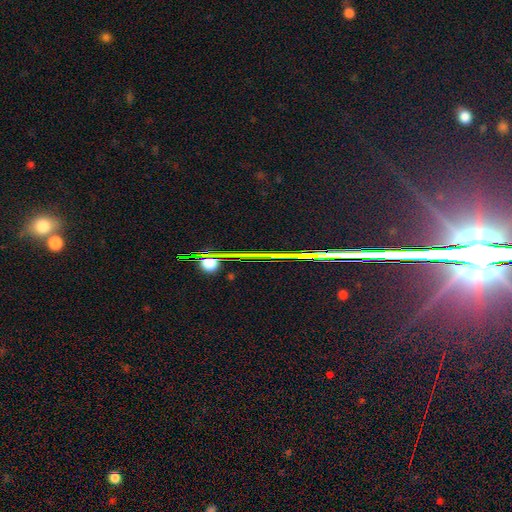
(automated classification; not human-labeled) Overall: star or artifact (83%).